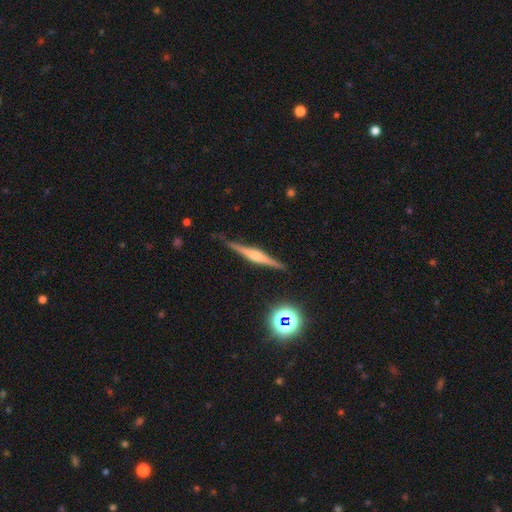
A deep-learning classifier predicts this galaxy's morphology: Smooth or featured? featured or disk (75%)
Edge-on disk? yes (98%)
Edge-on bulge? rounded (73%)
Merging? none (87%)